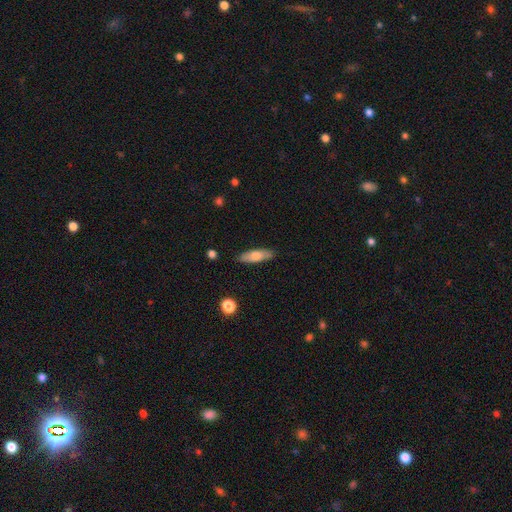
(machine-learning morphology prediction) smooth_or_featured: smooth (p=0.68) [alt: featured or disk p=0.26]
how_rounded: in between (p=0.49) [alt: cigar-shaped p=0.48]
merging: none (p=0.87) [alt: minor disturbance p=0.10]